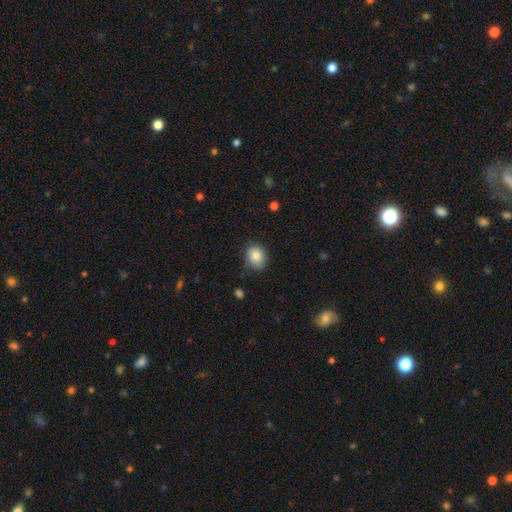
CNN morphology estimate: A smooth galaxy with no disk features (83%) that is round (62%).

Vote fractions:
- Smooth or featured? smooth: 83% / featured or disk: 8% / star or artifact: 8%
- How rounded? round: 62% / in between: 37% / cigar-shaped: 1%
- Merging? none: 78% / minor disturbance: 17% / major disturbance: 3% / merger: 1%